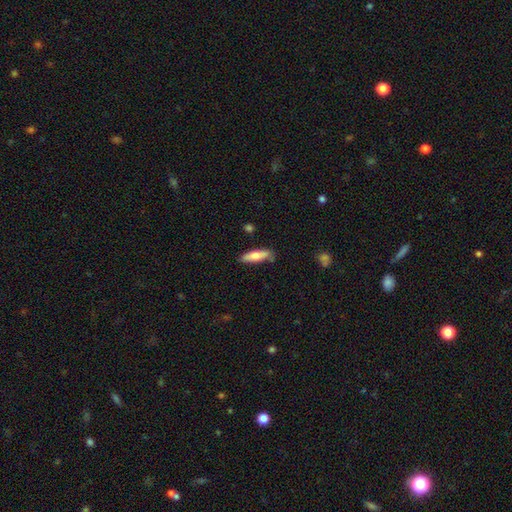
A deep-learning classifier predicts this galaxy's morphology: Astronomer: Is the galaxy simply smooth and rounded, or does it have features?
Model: smooth — 73%.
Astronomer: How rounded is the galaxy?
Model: cigar-shaped — 61% (runner-up: in between, 37%).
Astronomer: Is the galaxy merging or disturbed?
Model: none — 76%.